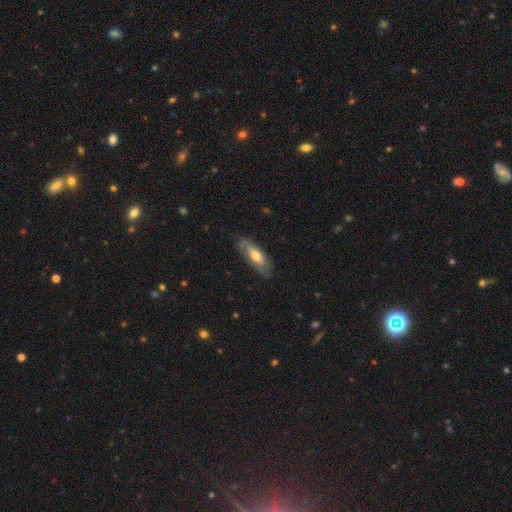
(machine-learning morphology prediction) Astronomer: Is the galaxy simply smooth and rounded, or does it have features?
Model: smooth — 47%, tied with featured or disk at 47%.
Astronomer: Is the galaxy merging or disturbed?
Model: none — 75%.